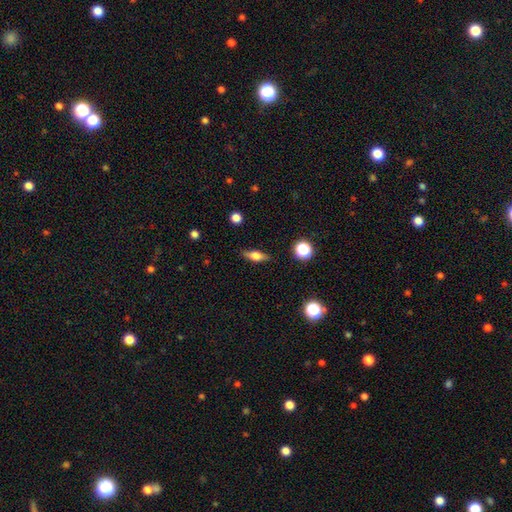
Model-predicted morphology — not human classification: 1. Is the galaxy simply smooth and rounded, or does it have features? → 55% smooth, 36% featured or disk, 9% star or artifact.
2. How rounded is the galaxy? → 55% in between, 36% cigar-shaped, 9% round.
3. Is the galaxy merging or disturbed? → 85% none, 11% minor disturbance, 3% major disturbance, 1% merger.